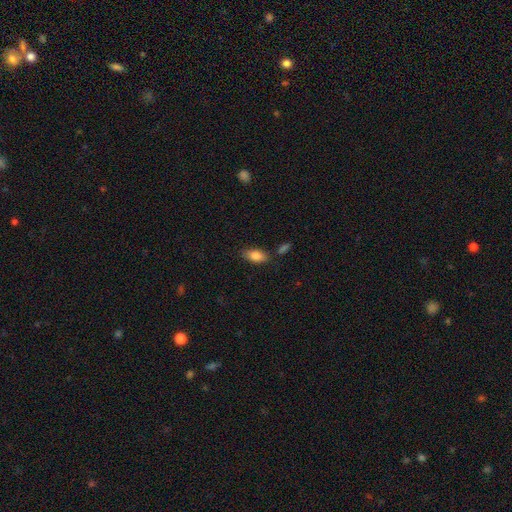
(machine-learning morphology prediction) Overall: smooth (84%). How rounded: in between (89%). Merging: none (79%).